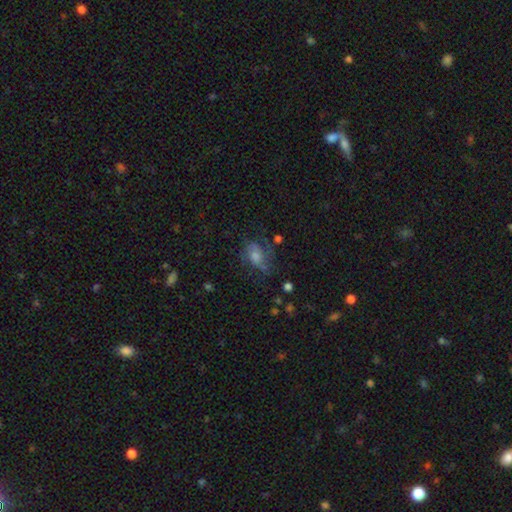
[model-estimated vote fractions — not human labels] Smooth or featured? featured or disk (46%)
Merging? none (57%)